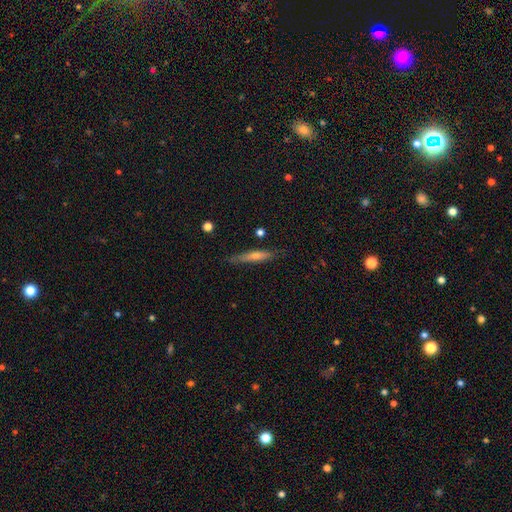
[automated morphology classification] A smooth galaxy with no disk features (50%). Merging: none (82%).